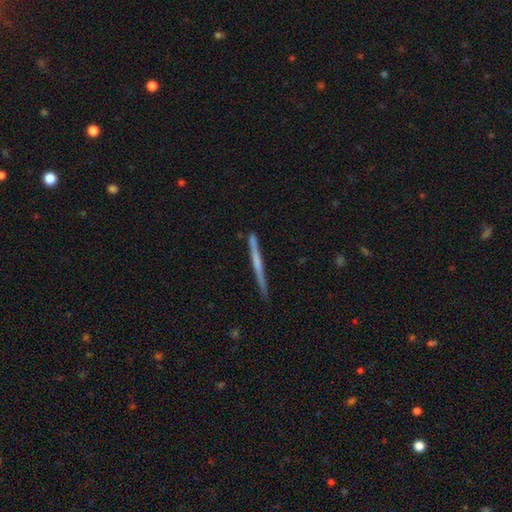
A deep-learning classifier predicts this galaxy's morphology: This is likely a featured or disk galaxy (63%). It is clearly viewed edge-on (98%). Edge-on bulge: likely none (68%). Merging: clearly none (90%).